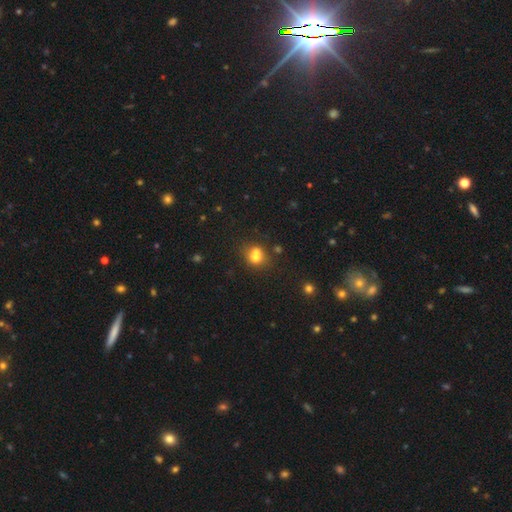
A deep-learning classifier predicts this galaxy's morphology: Smooth or featured?
  - smooth: 69% *
  - featured or disk: 17%
  - star or artifact: 14%
How rounded?
  - round: 66% *
  - in between: 33%
  - cigar-shaped: 1%
Merging?
  - merger: 51% *
  - none: 35%
  - minor disturbance: 10%
  - major disturbance: 4%